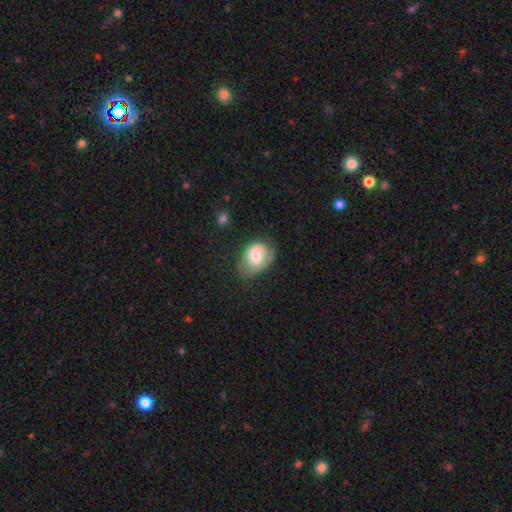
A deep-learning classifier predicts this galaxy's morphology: A smooth galaxy with no disk features (69%) that is in between round and cigar-shaped (63%). Merging: none (40%).